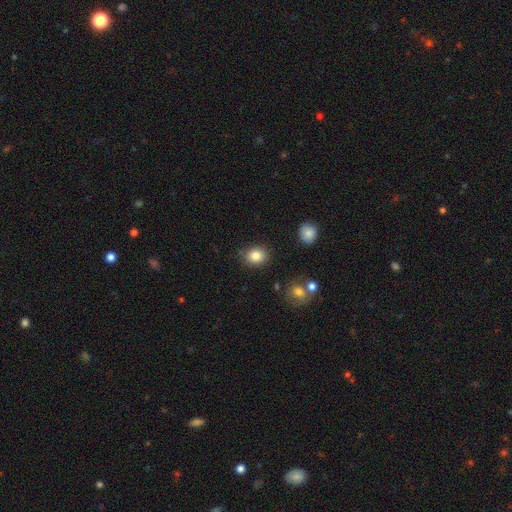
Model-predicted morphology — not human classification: This appears to be a smooth galaxy with no disk features (84%) that is round (65%). Merging: none (84%).